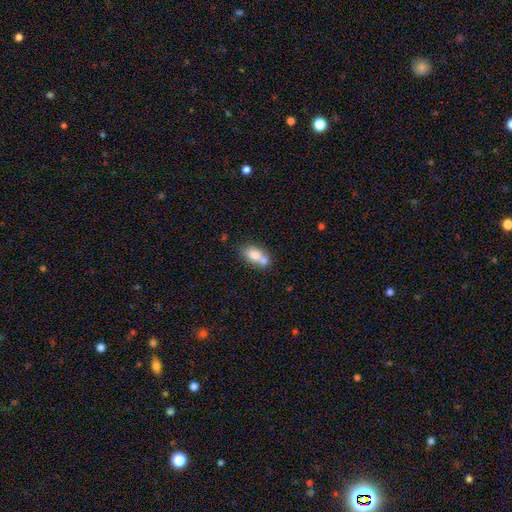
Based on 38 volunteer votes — Overall: smooth (92%). How rounded: in between (89%). Merging: merger (54%; none 35%).